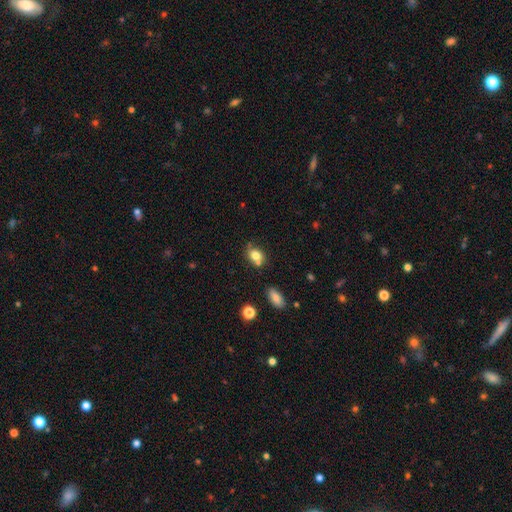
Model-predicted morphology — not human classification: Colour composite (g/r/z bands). It shows a smooth galaxy with no disk features (79%) that is in between round and cigar-shaped (56%). Merging: none (56%).